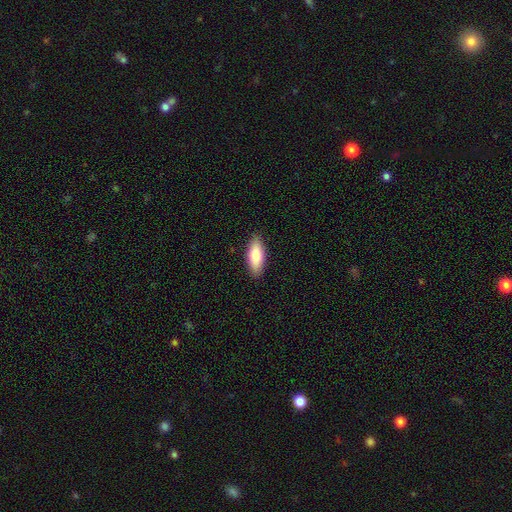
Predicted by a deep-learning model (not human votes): Smooth or featured?
  - smooth: 77% *
  - featured or disk: 17%
  - star or artifact: 6%
How rounded?
  - in between: 76% *
  - cigar-shaped: 22%
  - round: 2%
Merging?
  - none: 89% *
  - minor disturbance: 9%
  - major disturbance: 2%
  - merger: 1%